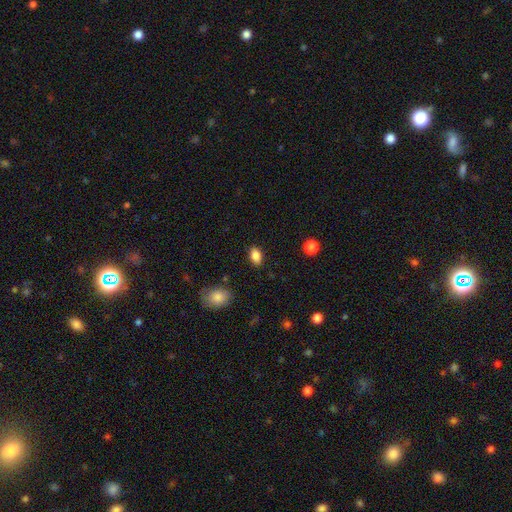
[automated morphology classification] This appears to be a smooth galaxy with no disk features (85%) that is in between round and cigar-shaped (87%). Merging: none (87%).